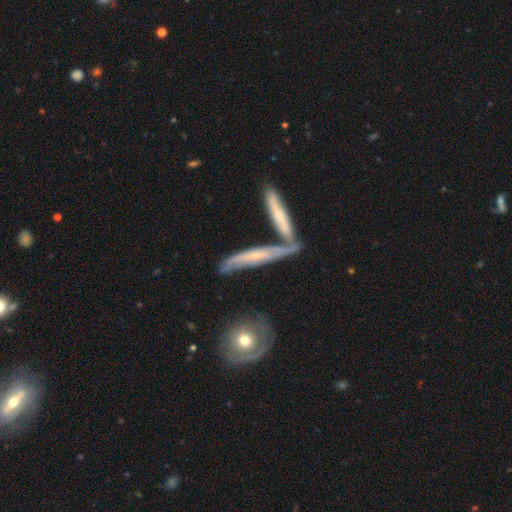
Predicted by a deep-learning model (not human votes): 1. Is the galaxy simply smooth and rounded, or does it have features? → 68% featured or disk, 25% smooth, 7% star or artifact.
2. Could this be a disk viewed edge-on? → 62% yes, 38% no.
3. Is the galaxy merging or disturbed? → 50% none, 31% merger, 14% minor disturbance, 5% major disturbance.